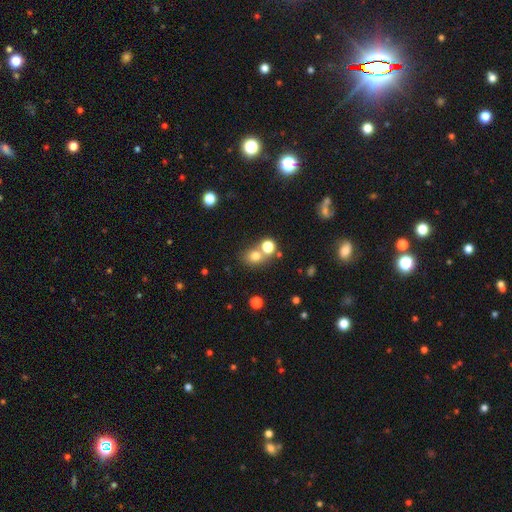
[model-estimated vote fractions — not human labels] Overall: smooth (74%). How rounded: round (69%; in between 29%). Merging: none (54%; merger 34%).